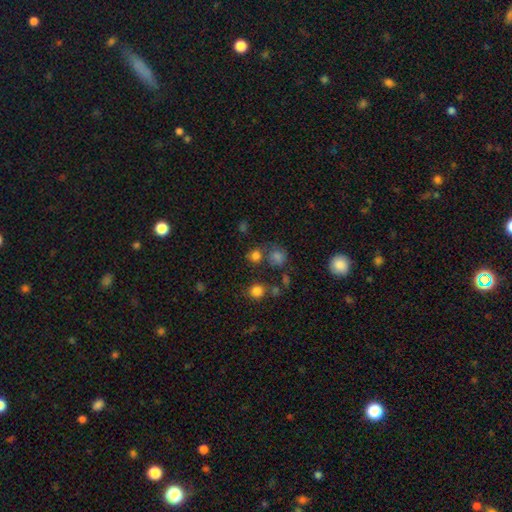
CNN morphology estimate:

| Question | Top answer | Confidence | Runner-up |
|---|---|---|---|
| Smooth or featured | smooth | 74% | star or artifact (19%) |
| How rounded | round | 85% | in between (14%) |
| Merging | none | 63% | merger (22%) |